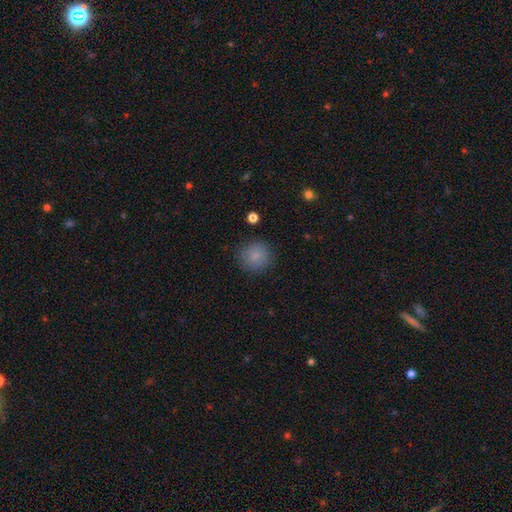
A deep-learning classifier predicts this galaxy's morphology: Smooth or featured: smooth — 83% (star or artifact — 10%)
How rounded: round — 91% (in between — 8%)
Merging: none — 85% (minor disturbance — 10%)